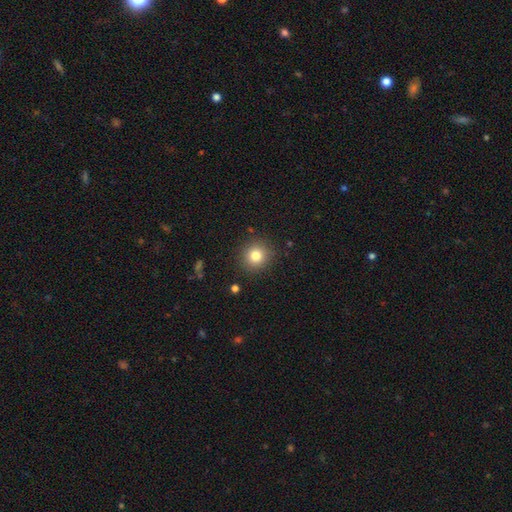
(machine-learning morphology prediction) Overall: smooth (81%). How rounded: round (91%). Merging: none (89%).